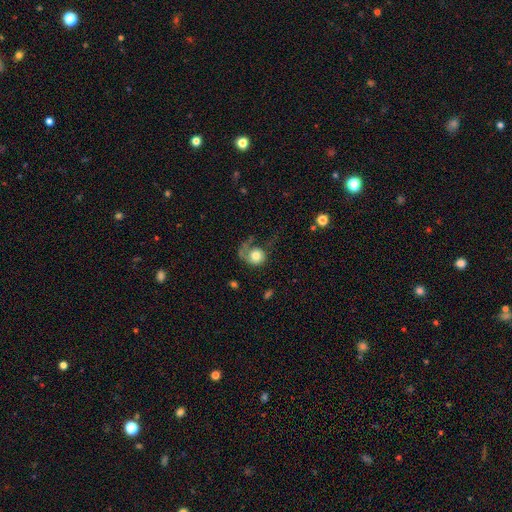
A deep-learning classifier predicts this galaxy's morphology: Q: Smooth or featured?
A: smooth (64%); runner-up: featured or disk (28%)
Q: How rounded?
A: round (77%); runner-up: in between (22%)
Q: Merging?
A: major disturbance (45%); runner-up: none (30%)